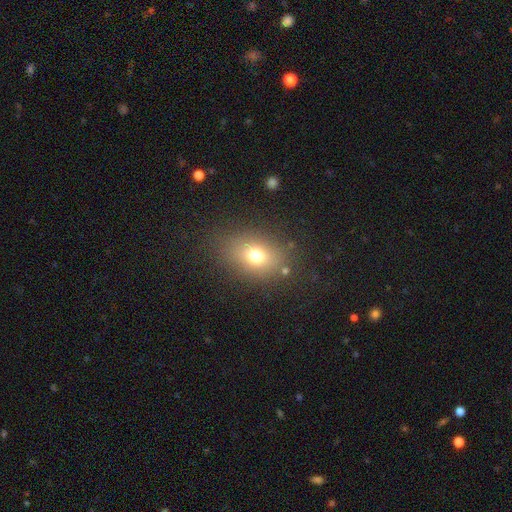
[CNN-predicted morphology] smooth_or_featured: smooth (p=0.72) [alt: star or artifact p=0.15]
how_rounded: in between (p=0.65) [alt: round p=0.34]
merging: none (p=0.80) [alt: minor disturbance p=0.11]